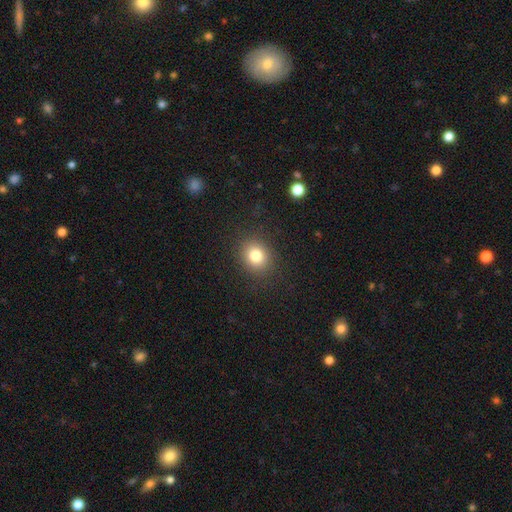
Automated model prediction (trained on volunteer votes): smooth 81%, star or artifact 12%, featured or disk 7%. Down the decision tree: how rounded — round (75%); merging — none (88%).